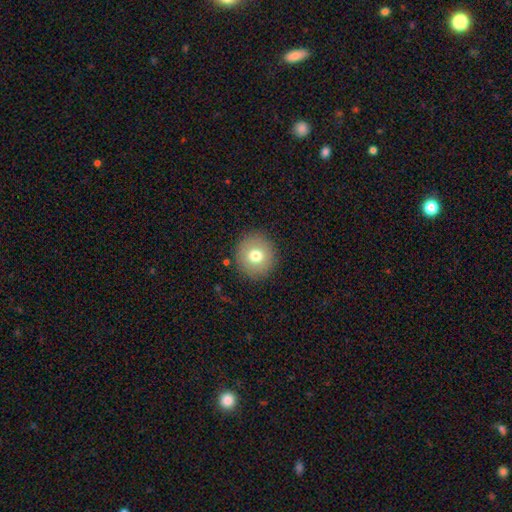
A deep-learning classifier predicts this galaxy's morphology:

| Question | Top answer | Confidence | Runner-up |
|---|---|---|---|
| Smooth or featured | smooth | 74% | featured or disk (16%) |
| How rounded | round | 93% | in between (6%) |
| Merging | none | 89% | minor disturbance (7%) |